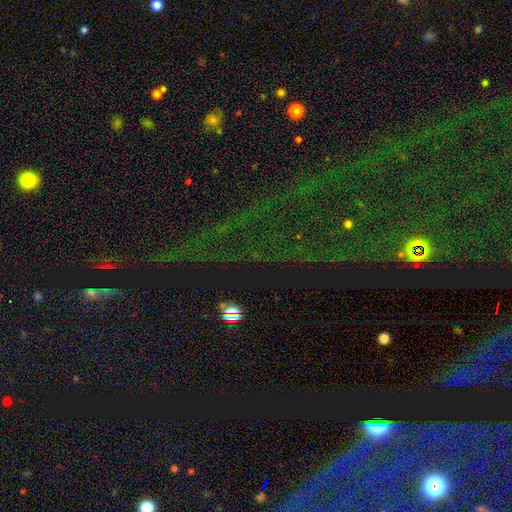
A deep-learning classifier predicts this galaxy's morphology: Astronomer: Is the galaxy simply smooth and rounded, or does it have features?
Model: star or artifact — 78%.